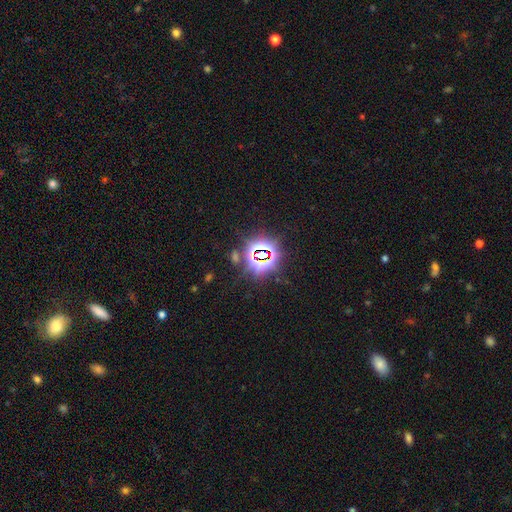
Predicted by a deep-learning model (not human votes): Smooth or featured?
  - star or artifact: 80% *
  - smooth: 12%
  - featured or disk: 8%